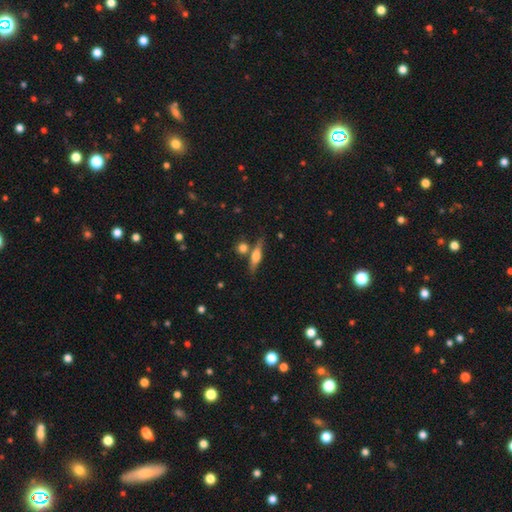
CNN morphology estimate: Smooth or featured? Predicted: featured or disk (p=0.52). Edge-on disk? Predicted: yes (p=0.94). Merging? Predicted: none (p=0.74).